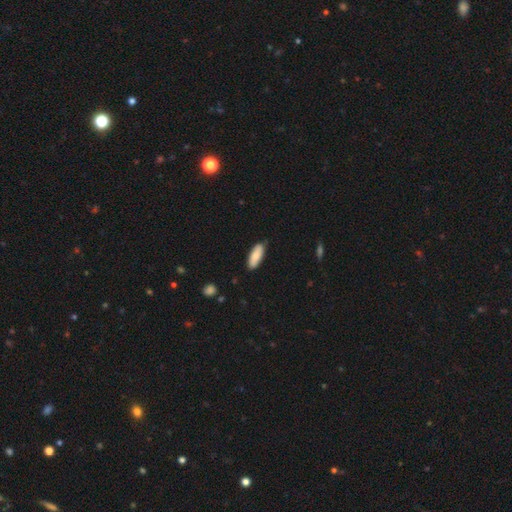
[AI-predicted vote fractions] Overall: smooth (82%). How rounded: in between (70%). Merging: none (84%).